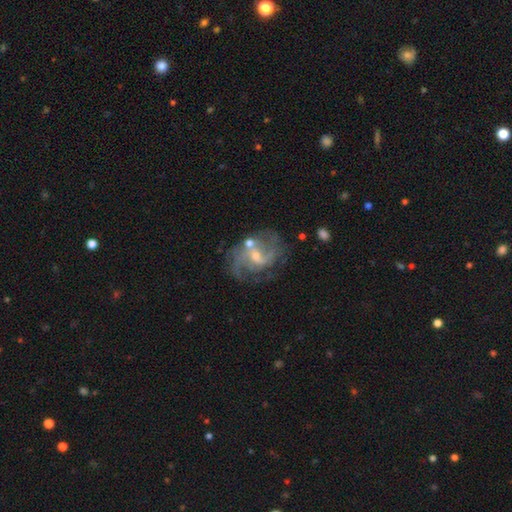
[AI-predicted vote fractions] Smooth or featured? featured or disk (84%)
Edge-on disk? no (97%)
Bar? weak (53%)
Spiral arms? yes (92%)
Spiral winding? medium (47%)
Spiral arm count? 2 (47%)
Bulge size? small (61%)
Merging? none (60%)